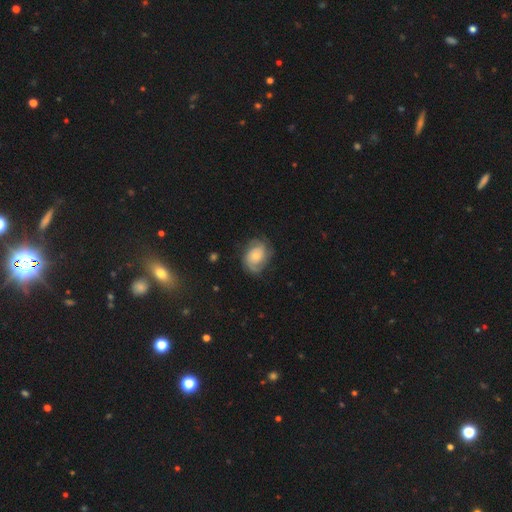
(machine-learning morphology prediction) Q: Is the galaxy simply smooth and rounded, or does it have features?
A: featured or disk — 74%.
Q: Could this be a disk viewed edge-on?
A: no — 97%.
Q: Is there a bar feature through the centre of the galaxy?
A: no — 70%.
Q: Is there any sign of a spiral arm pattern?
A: yes — 94%.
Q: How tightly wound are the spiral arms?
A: tight — 52%.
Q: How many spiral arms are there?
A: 2 — 52%.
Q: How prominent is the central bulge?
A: moderate — 45%, tied with small.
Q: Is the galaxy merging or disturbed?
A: none — 72%.